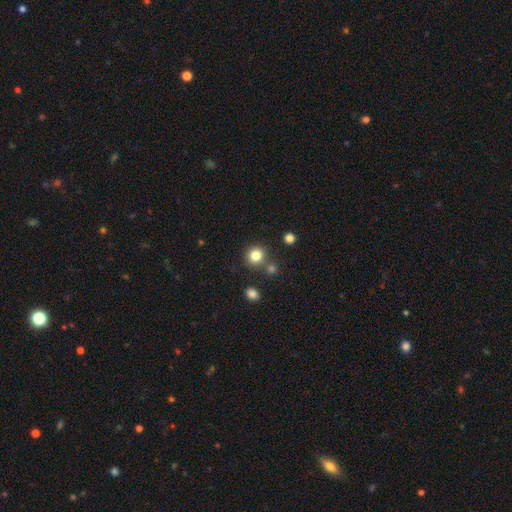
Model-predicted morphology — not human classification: Smooth or featured: smooth — 82% (star or artifact — 12%)
How rounded: round — 91% (in between — 8%)
Merging: none — 79% (merger — 10%)